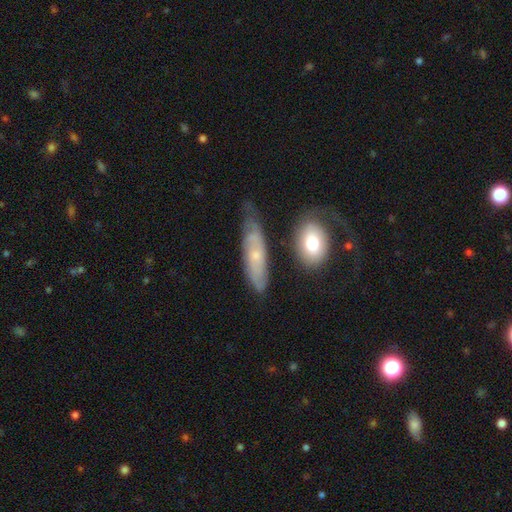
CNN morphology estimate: Smooth or featured: featured or disk — 57% (smooth — 35%)
Edge-on disk: no — 76% (yes — 24%)
Merging: none — 58% (minor disturbance — 25%)